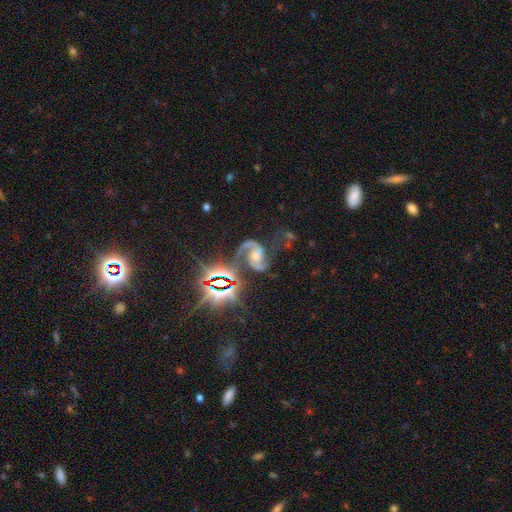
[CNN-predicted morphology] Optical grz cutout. It shows a featured or disk galaxy (83%) with no bar (57%), 2 (91%) medium (54%) spiral arms (97%) and a moderate central bulge (55%). Merging: none (55%).